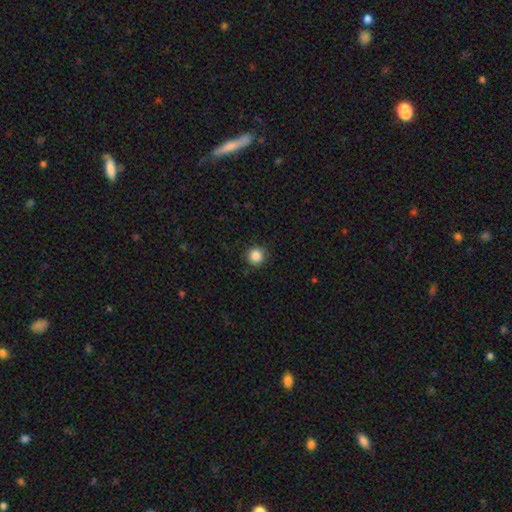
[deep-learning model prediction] Morphology: type=smooth (86%); roundness=round (94%); merging=none (88%).